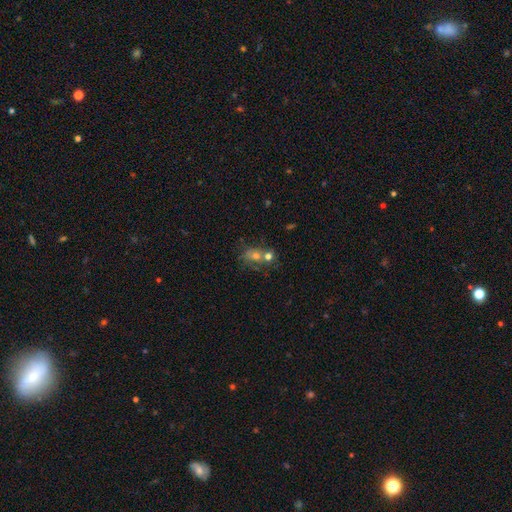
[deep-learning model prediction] Smooth or featured? Predicted: smooth (p=0.49). Merging? Predicted: none (p=0.44).